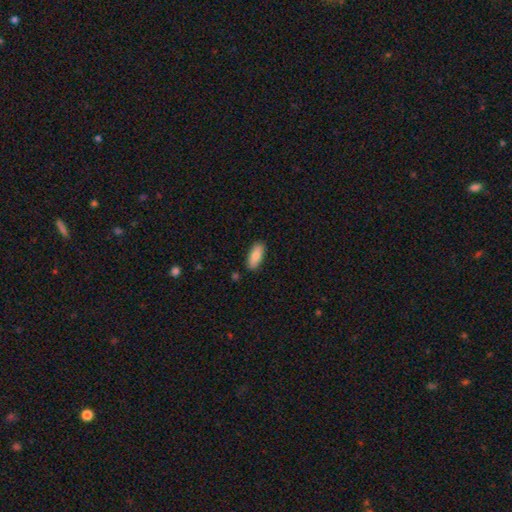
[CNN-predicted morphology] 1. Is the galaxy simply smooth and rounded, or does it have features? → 83% smooth, 11% featured or disk, 6% star or artifact.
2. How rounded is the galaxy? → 80% in between, 18% cigar-shaped, 2% round.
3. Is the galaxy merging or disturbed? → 87% none, 9% minor disturbance, 2% major disturbance, 2% merger.